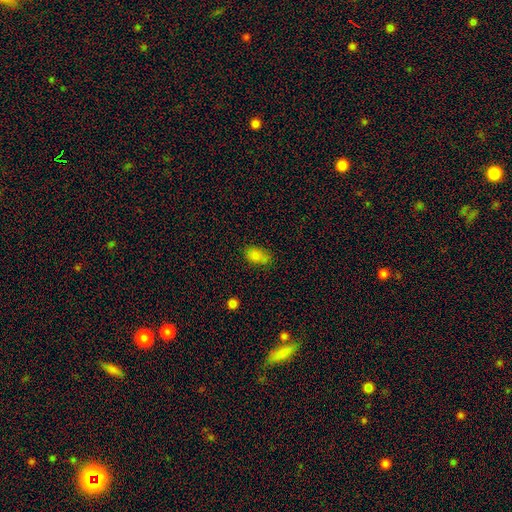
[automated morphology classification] Smooth or featured? smooth (81%)
How rounded? in between (85%)
Merging? none (63%)